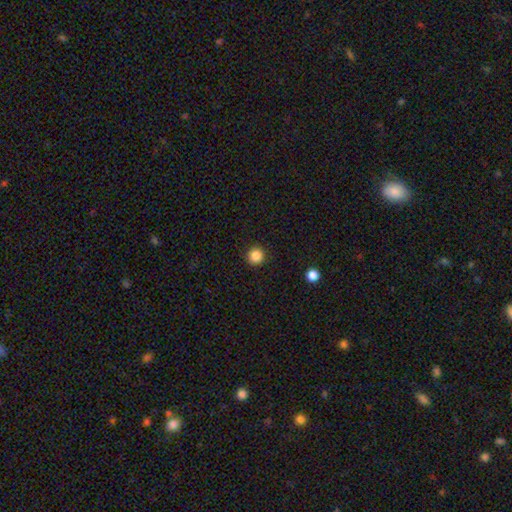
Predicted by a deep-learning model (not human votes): This is clearly a smooth galaxy (86%). How rounded: clearly round (96%). Merging: clearly none (93%).